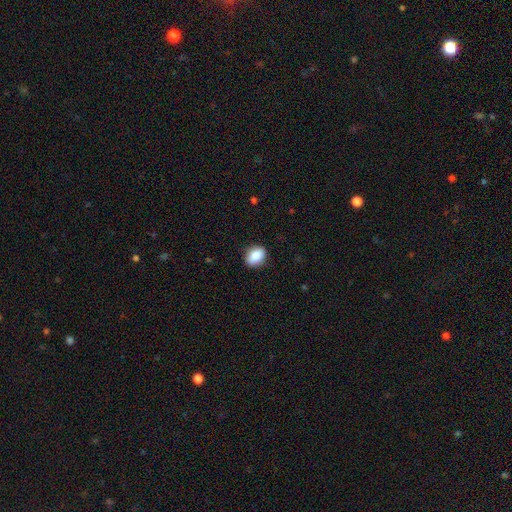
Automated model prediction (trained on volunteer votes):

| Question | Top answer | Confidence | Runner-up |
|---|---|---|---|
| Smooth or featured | smooth | 86% | star or artifact (8%) |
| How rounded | in between | 71% | round (28%) |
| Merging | none | 86% | minor disturbance (10%) |